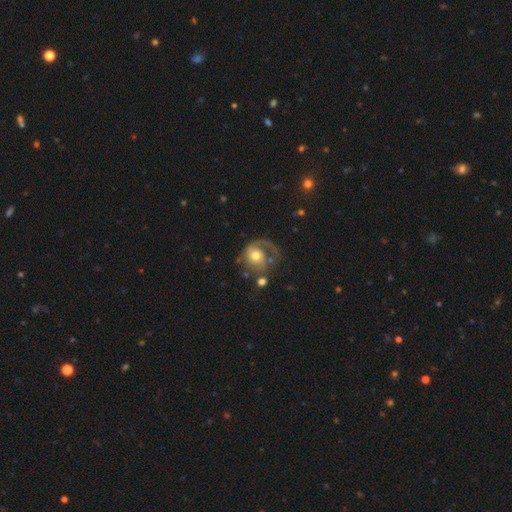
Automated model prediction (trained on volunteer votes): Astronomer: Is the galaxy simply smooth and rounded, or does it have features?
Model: featured or disk — 63%.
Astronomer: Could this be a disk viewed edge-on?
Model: no — 98%.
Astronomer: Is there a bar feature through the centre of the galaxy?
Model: no — 80%.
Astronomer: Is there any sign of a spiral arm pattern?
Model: yes — 81%.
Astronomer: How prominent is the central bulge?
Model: moderate — 69%.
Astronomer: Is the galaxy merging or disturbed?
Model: none — 41% (runner-up: major disturbance, 35%).